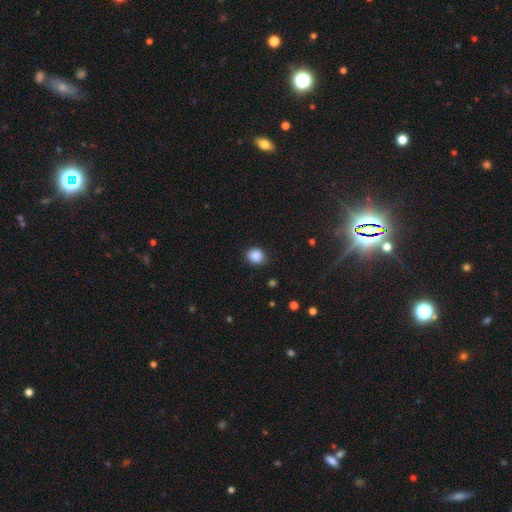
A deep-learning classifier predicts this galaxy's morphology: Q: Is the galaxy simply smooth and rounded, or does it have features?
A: smooth — 88%.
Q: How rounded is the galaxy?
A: round — 74%.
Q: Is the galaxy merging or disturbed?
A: none — 84%.